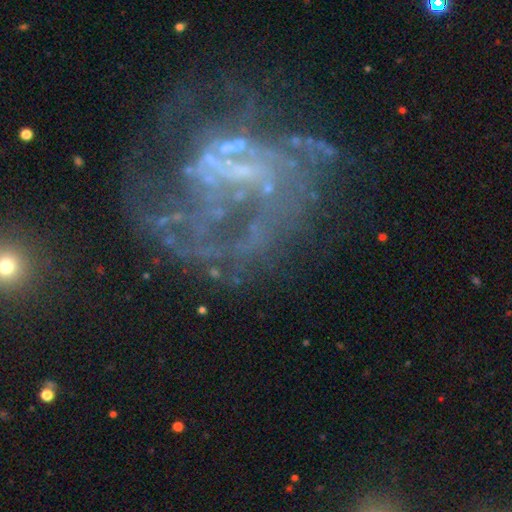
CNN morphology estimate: Smooth or featured?
  - featured or disk: 76% *
  - star or artifact: 16%
  - smooth: 9%
Edge-on disk?
  - no: 98% *
  - yes: 2%
Bar?
  - no: 57% *
  - weak: 30%
  - strong: 13%
Spiral arms?
  - yes: 58% *
  - no: 42%
Bulge size?
  - none: 59% *
  - small: 25%
  - moderate: 12%
  - large: 2%
  - dominant: 1%
Merging?
  - major disturbance: 43% *
  - none: 35%
  - minor disturbance: 14%
  - merger: 7%